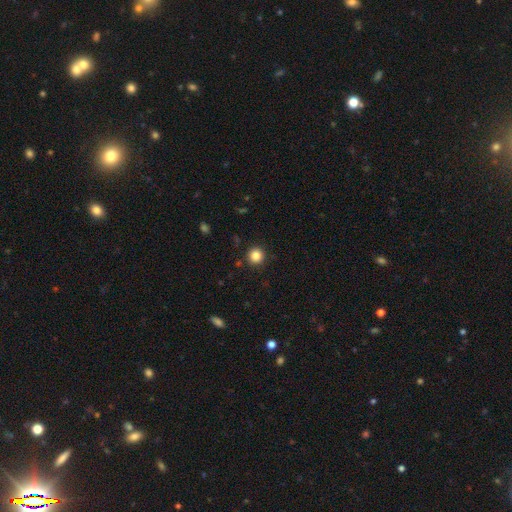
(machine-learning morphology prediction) Q: Smooth or featured?
A: smooth (85%); runner-up: star or artifact (11%)
Q: How rounded?
A: round (95%); runner-up: in between (4%)
Q: Merging?
A: none (92%); runner-up: minor disturbance (5%)